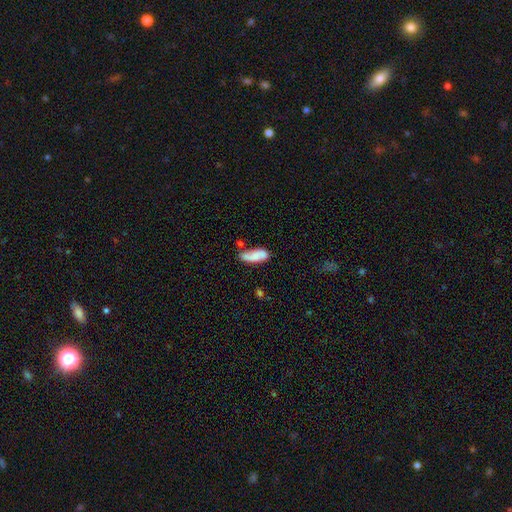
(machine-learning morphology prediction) smooth-or-featured: smooth: 73% | featured or disk: 20% | star or artifact: 7%
  how-rounded: in between: 74% | cigar-shaped: 23% | round: 2%
  merging: none: 47% | minor disturbance: 28% | merger: 15% | major disturbance: 10%